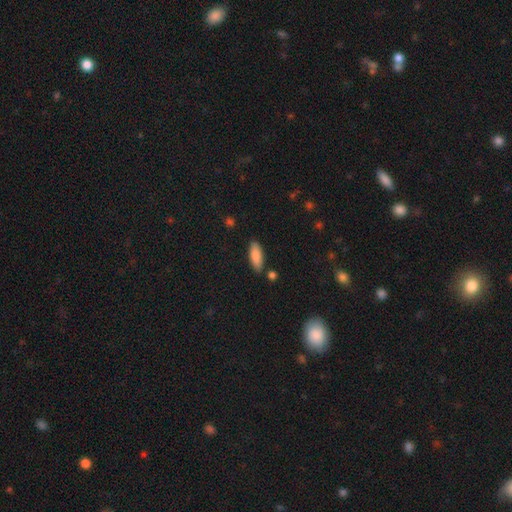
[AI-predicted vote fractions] smooth 85%, featured or disk 8%, star or artifact 6%. Down the decision tree: how rounded — in between (63%); merging — none (84%).